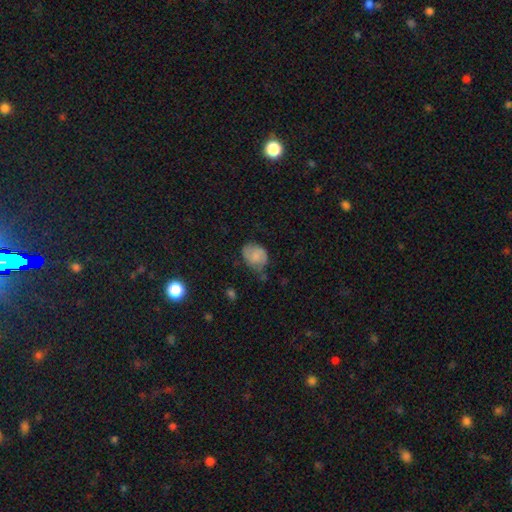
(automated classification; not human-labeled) This appears to be a smooth galaxy with no disk features (60%) that is in between round and cigar-shaped (55%). Merging: none (51%).